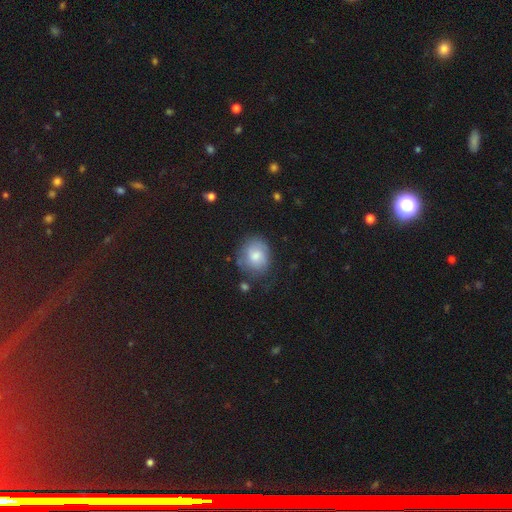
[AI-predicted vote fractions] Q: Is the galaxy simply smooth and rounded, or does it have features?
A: smooth — 70%.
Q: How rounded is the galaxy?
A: round — 60%.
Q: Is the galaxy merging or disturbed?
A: none — 64%.